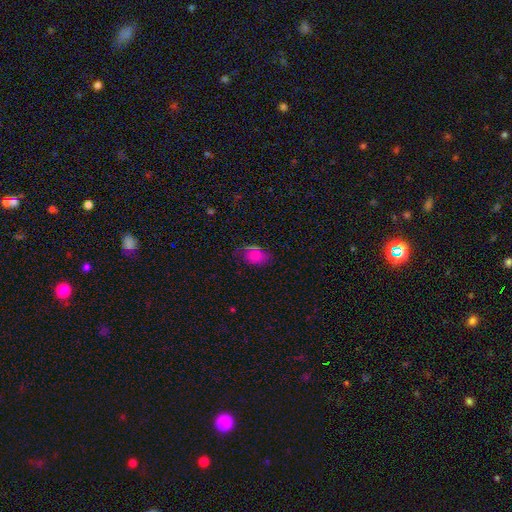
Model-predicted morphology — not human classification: Smooth or featured?
  - smooth: 70% *
  - featured or disk: 16%
  - star or artifact: 14%
How rounded?
  - in between: 82% *
  - round: 16%
  - cigar-shaped: 1%
Merging?
  - none: 55% *
  - minor disturbance: 29%
  - major disturbance: 14%
  - merger: 2%